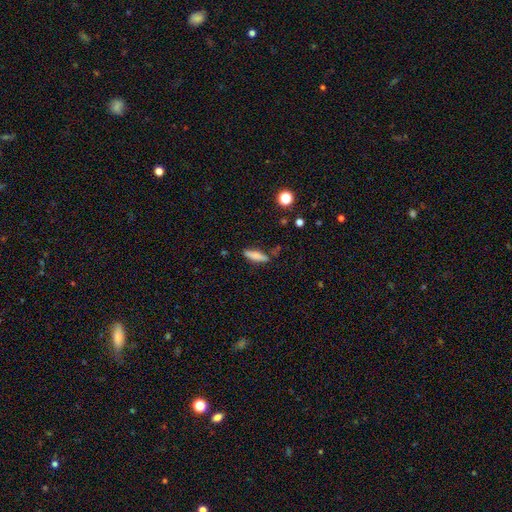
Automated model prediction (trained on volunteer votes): Morphology: type=smooth (76%); roundness=cigar-shaped (66%); merging=none (75%).